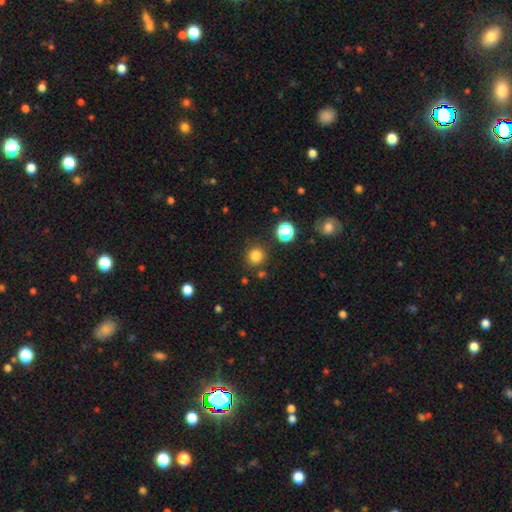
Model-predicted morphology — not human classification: This appears to be a smooth galaxy with no disk features (81%) that is round (92%). Merging: none (85%).